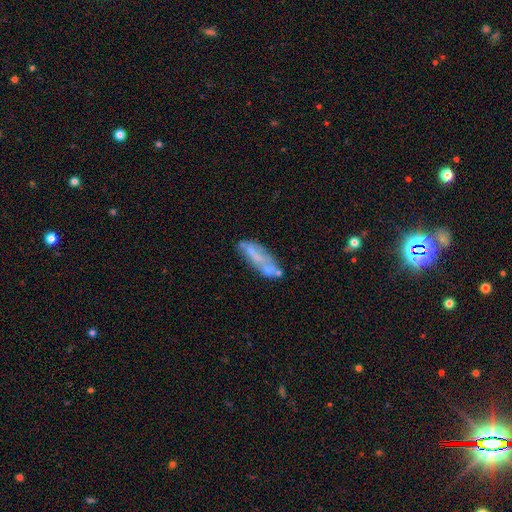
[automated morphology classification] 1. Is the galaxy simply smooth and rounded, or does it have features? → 48% smooth, 42% featured or disk, 9% star or artifact.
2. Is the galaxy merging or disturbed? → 41% none, 25% minor disturbance, 18% merger, 16% major disturbance.